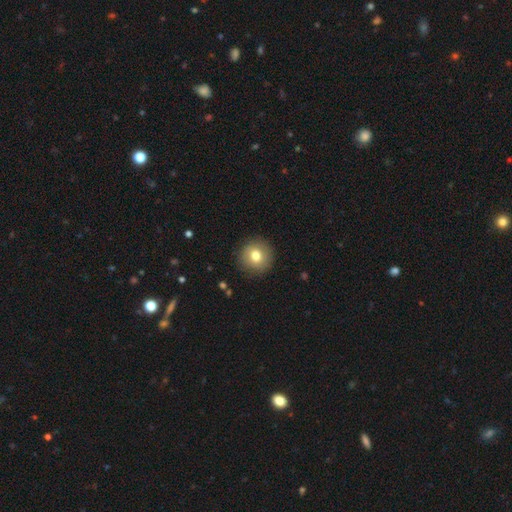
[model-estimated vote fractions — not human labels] A smooth galaxy with no disk features (77%) that is round (94%). Merging: none (90%).